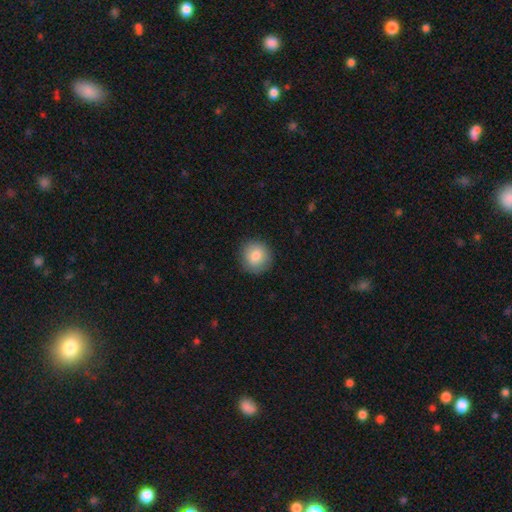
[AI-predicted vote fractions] A smooth galaxy with no disk features (82%) that is round (91%).

Vote fractions:
- Smooth or featured? smooth: 82% / featured or disk: 9% / star or artifact: 8%
- How rounded? round: 91% / in between: 8% / cigar-shaped: 1%
- Merging? none: 88% / minor disturbance: 8% / major disturbance: 2% / merger: 1%